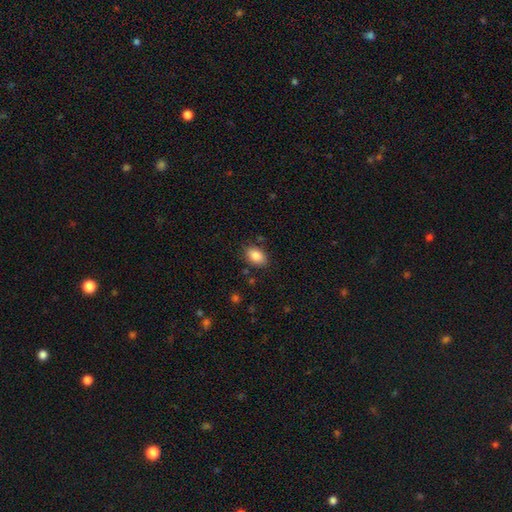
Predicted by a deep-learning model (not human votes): Smooth or featured: smooth — 86% (star or artifact — 8%)
How rounded: in between — 88% (round — 11%)
Merging: none — 83% (minor disturbance — 12%)